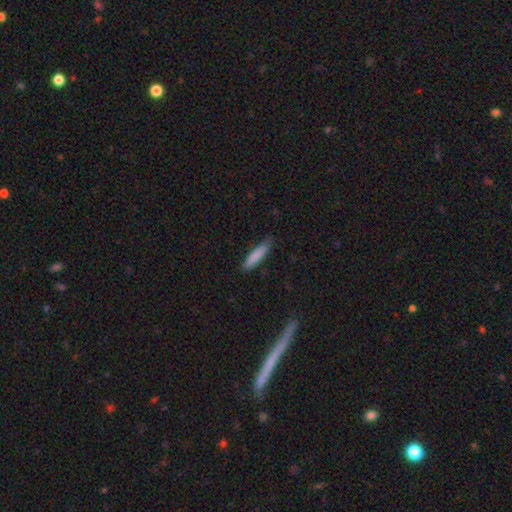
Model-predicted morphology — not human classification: type=smooth (84%); roundness=cigar-shaped (83%); merging=none (81%).